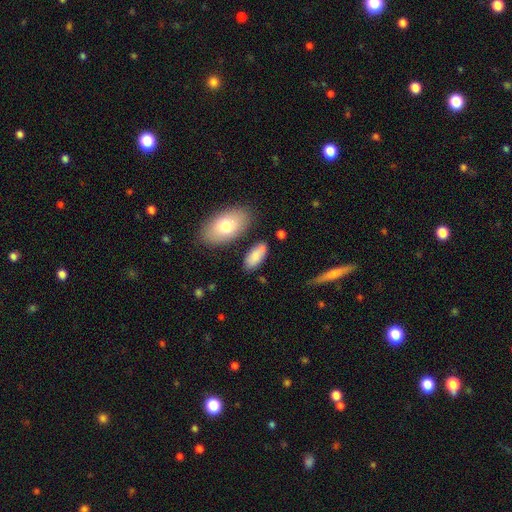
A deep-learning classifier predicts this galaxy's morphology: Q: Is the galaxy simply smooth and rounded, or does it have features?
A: smooth — 80%.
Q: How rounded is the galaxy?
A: in between — 88%.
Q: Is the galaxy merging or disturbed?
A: none — 72%.